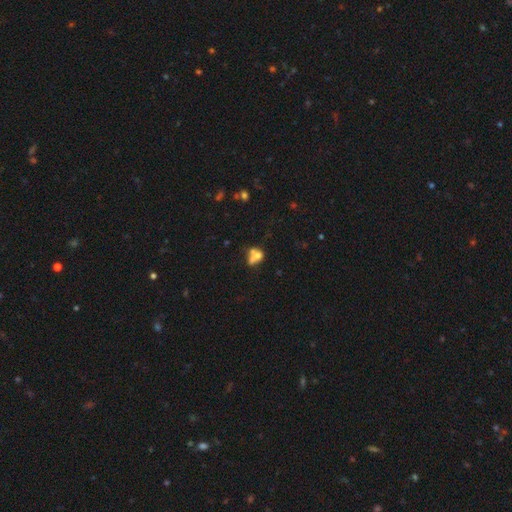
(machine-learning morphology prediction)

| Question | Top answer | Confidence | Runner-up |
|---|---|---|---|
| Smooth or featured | smooth | 60% | featured or disk (27%) |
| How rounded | in between | 52% | round (44%) |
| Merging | merger | 55% | none (24%) |